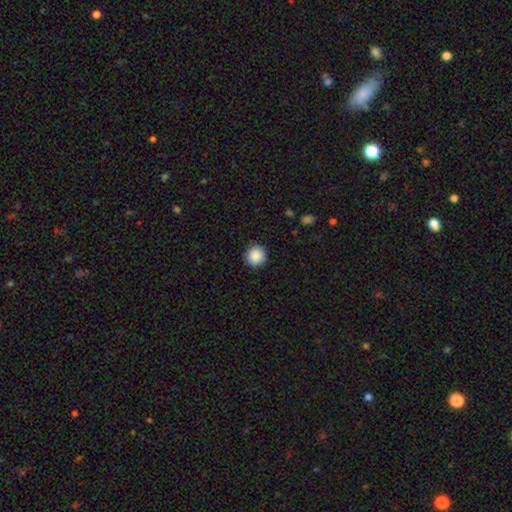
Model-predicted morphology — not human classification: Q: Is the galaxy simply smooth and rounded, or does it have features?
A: smooth — 89%.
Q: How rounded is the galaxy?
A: round — 96%.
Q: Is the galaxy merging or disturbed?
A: none — 93%.